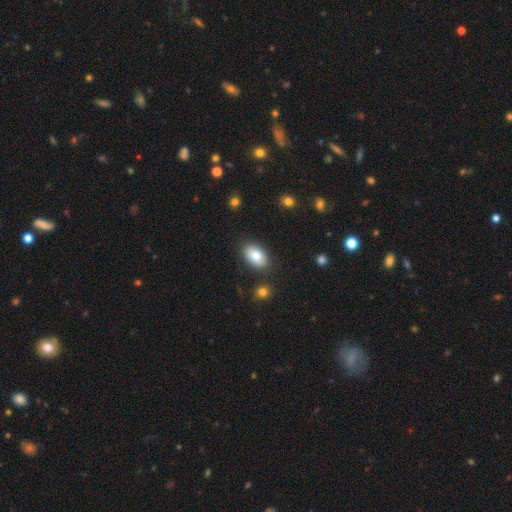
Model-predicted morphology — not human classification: Overall: smooth (82%). How rounded: in between (92%). Merging: none (85%).